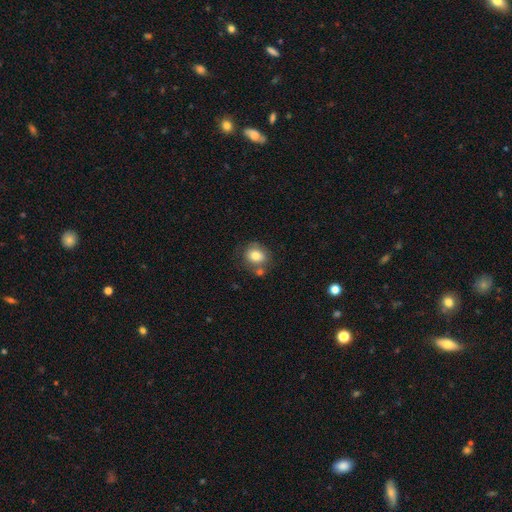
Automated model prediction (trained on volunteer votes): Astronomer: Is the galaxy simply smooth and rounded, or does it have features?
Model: smooth — 79%.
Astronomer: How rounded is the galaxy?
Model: round — 61% (runner-up: in between, 38%).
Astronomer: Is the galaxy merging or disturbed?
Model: none — 60%.